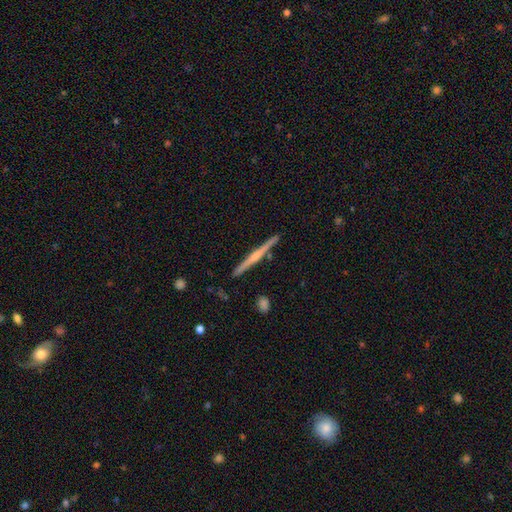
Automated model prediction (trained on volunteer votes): This appears to be a featured or disk galaxy (73%) viewed edge-on (98%) with a rounded central bulge (72%). Merging: none (89%).